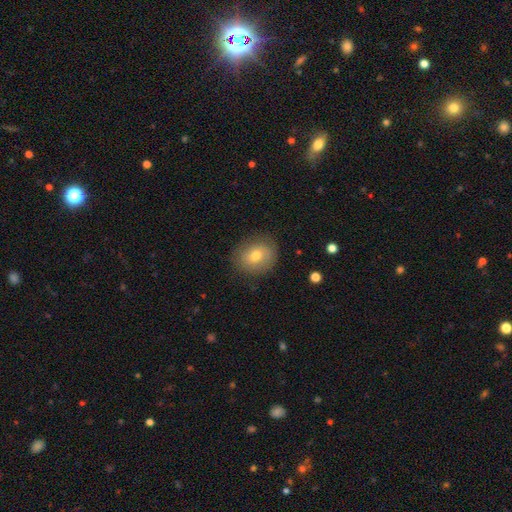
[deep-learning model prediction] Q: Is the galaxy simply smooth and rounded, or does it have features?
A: smooth — 70%.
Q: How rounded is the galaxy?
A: round — 63%.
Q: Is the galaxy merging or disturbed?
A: none — 83%.